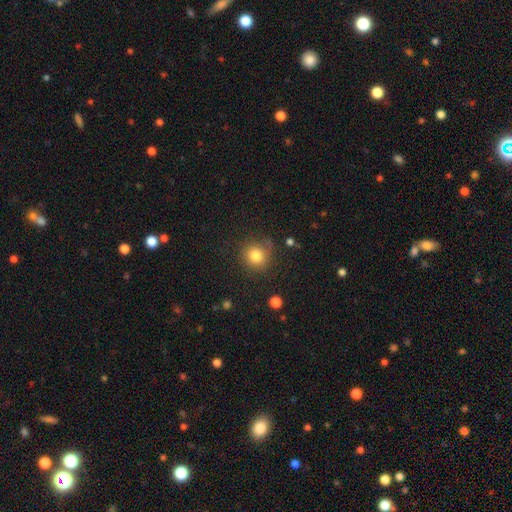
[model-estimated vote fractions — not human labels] smooth-or-featured: smooth: 81% | star or artifact: 12% | featured or disk: 7%
  how-rounded: round: 89% | in between: 10% | cigar-shaped: 1%
  merging: none: 77% | minor disturbance: 16% | major disturbance: 5% | merger: 2%